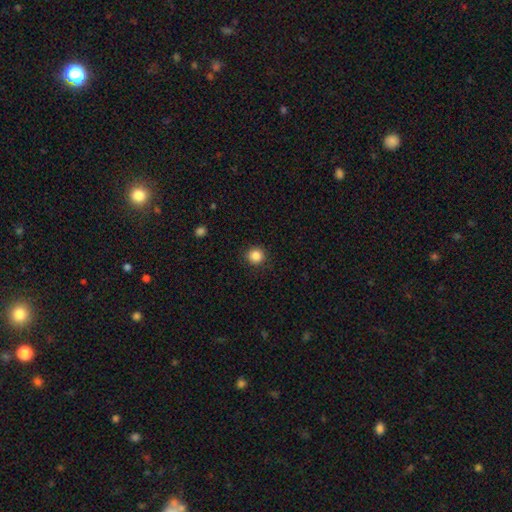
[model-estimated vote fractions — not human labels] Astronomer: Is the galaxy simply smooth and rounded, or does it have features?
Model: smooth — 86%.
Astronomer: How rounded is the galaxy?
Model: round — 94%.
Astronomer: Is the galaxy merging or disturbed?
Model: none — 90%.